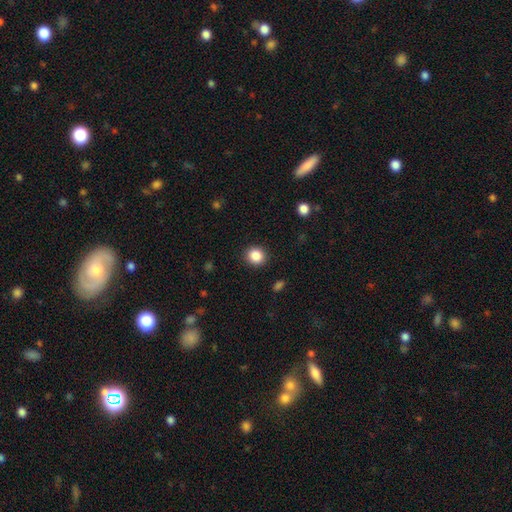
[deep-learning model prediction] This appears to be a smooth galaxy with no disk features (87%) that is round (85%). Merging: none (91%).